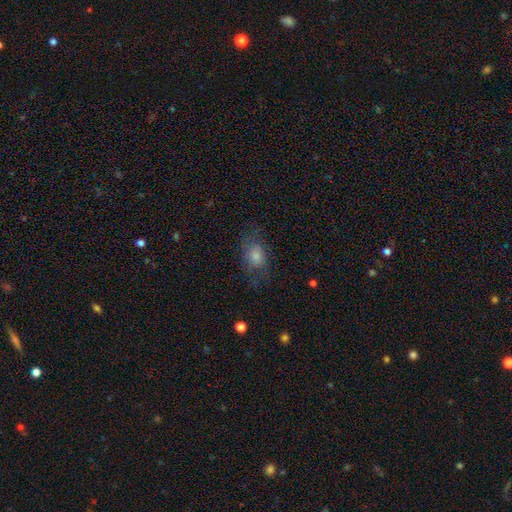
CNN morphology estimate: type=smooth (54%); roundness=in between (70%); merging=none (65%).